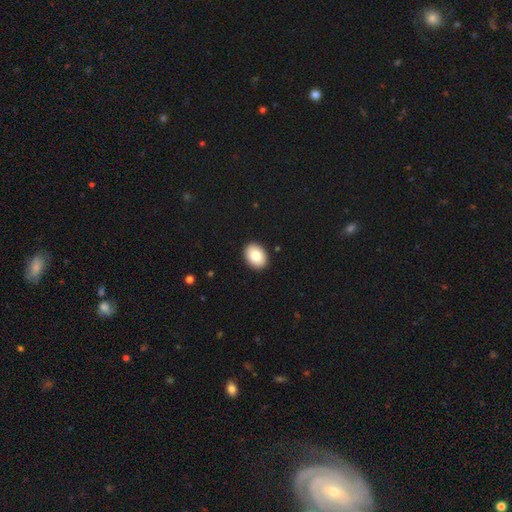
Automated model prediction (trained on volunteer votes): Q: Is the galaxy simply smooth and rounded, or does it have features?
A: smooth — 85%.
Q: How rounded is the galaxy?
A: in between — 74%.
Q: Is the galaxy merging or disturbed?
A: none — 92%.